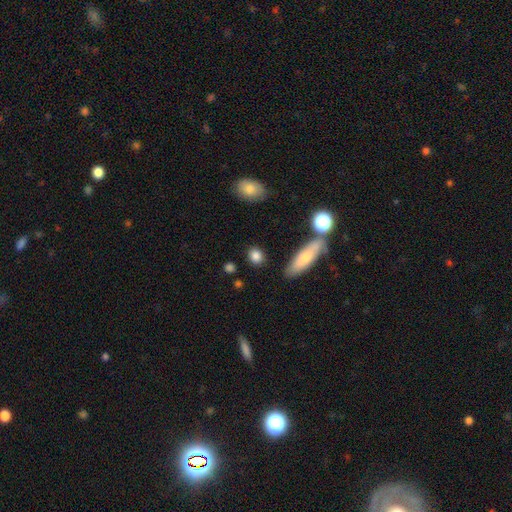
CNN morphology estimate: This appears to be a smooth galaxy with no disk features (84%) that is round (59%). Merging: none (84%).